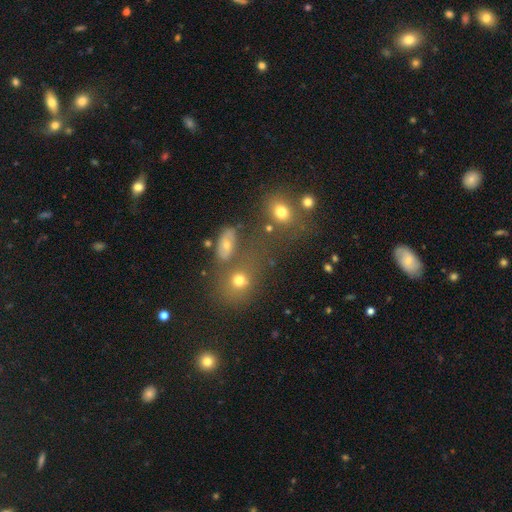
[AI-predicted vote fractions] A smooth galaxy with no disk features (52%) that is round (58%). Merging: none (43%).